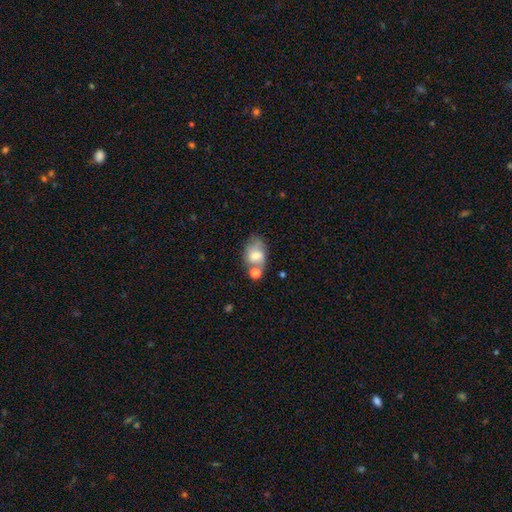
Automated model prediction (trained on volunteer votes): Smooth or featured?
  - smooth: 55% *
  - featured or disk: 35%
  - star or artifact: 9%
How rounded?
  - in between: 76% *
  - round: 22%
  - cigar-shaped: 2%
Merging?
  - none: 40% *
  - merger: 29%
  - minor disturbance: 21%
  - major disturbance: 11%